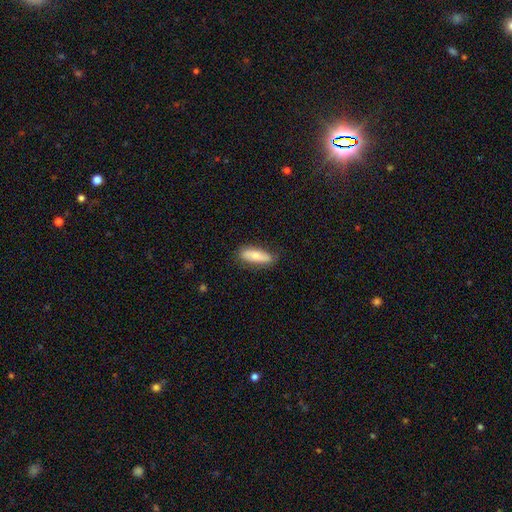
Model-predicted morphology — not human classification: type=smooth (72%); roundness=in between (56%); merging=none (81%).